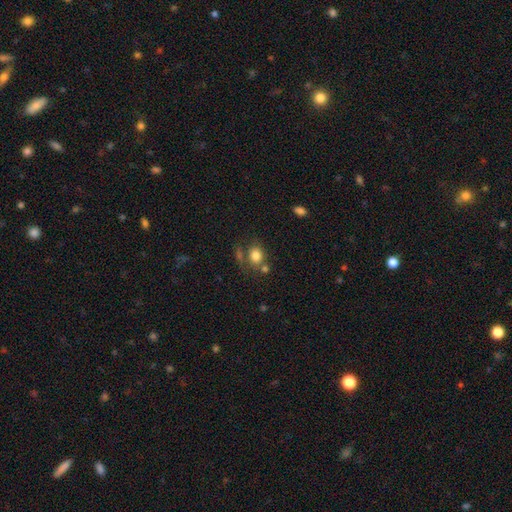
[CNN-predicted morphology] A smooth galaxy with no disk features (79%) that is round (58%).

Vote fractions:
- Smooth or featured? smooth: 79% / star or artifact: 11% / featured or disk: 10%
- How rounded? round: 58% / in between: 41% / cigar-shaped: 1%
- Merging? none: 56% / merger: 22% / minor disturbance: 15% / major disturbance: 8%